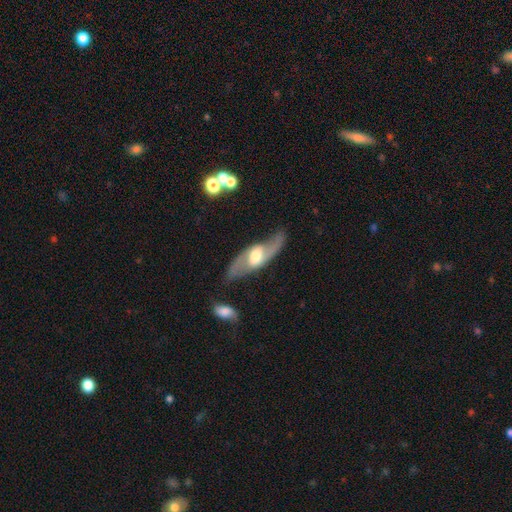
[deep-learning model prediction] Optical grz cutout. It shows a featured or disk galaxy (81%) with a weak bar (46%), 2 (90%) loose (56%) spiral arms (90%) and a moderate central bulge (62%). Merging: none (74%).